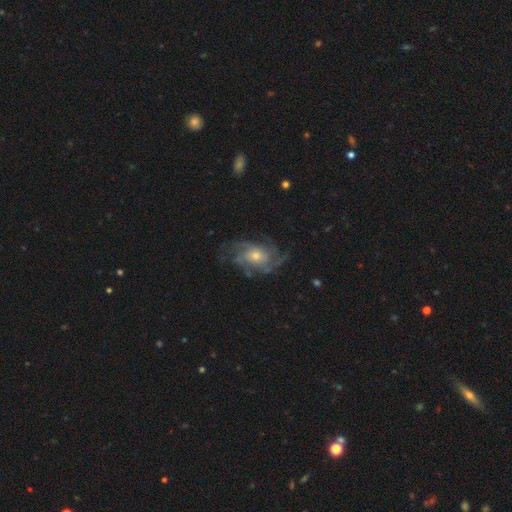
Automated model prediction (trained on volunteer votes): Q: Smooth or featured?
A: featured or disk (84%); runner-up: smooth (9%)
Q: Edge-on disk?
A: no (97%); runner-up: yes (3%)
Q: Bar?
A: no (75%); runner-up: weak (21%)
Q: Spiral arms?
A: yes (95%); runner-up: no (5%)
Q: Spiral winding?
A: medium (44%); runner-up: tight (40%)
Q: Spiral arm count?
A: 4 (25%); runner-up: can't tell (24%)
Q: Bulge size?
A: moderate (47%); runner-up: small (46%)
Q: Merging?
A: none (71%); runner-up: minor disturbance (17%)